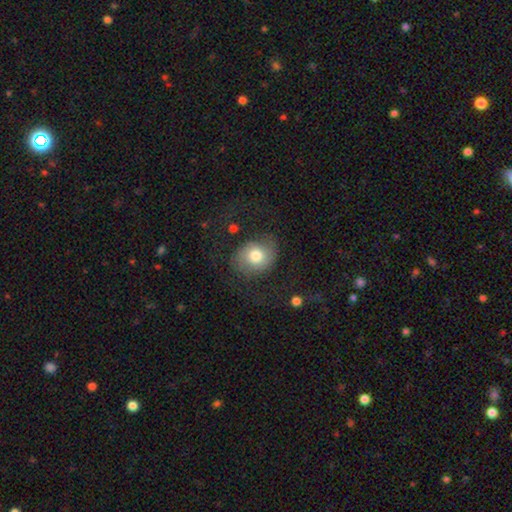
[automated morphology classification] This appears to be a smooth galaxy with no disk features (62%) that is round (58%). Merging: none (63%).